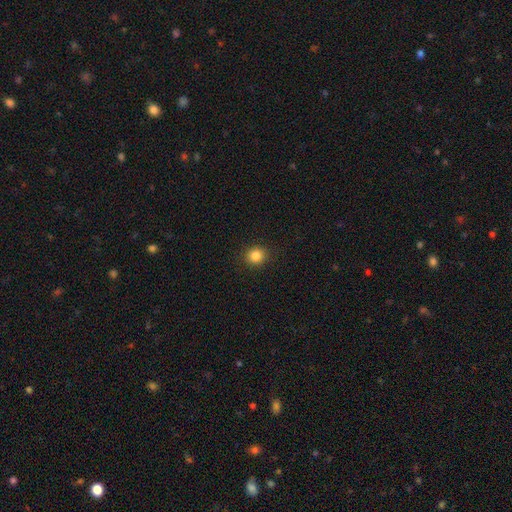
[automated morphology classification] smooth-or-featured: smooth: 84% | star or artifact: 11% | featured or disk: 5%
  how-rounded: round: 84% | in between: 15% | cigar-shaped: 1%
  merging: none: 91% | minor disturbance: 6% | major disturbance: 2% | merger: 1%